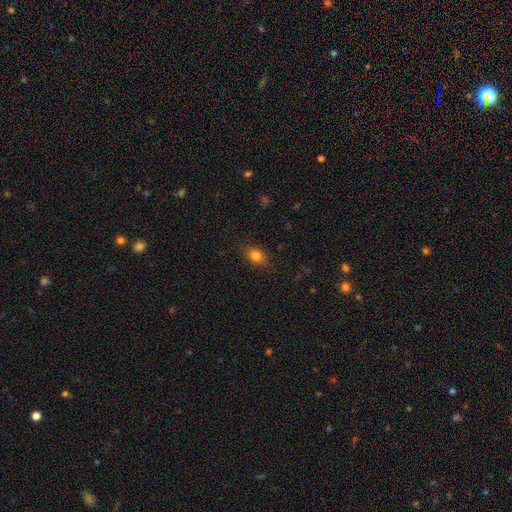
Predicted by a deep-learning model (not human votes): Smooth or featured?
  - smooth: 81% *
  - star or artifact: 11%
  - featured or disk: 8%
How rounded?
  - in between: 64% *
  - round: 33%
  - cigar-shaped: 2%
Merging?
  - none: 84% *
  - minor disturbance: 13%
  - major disturbance: 3%
  - merger: 1%